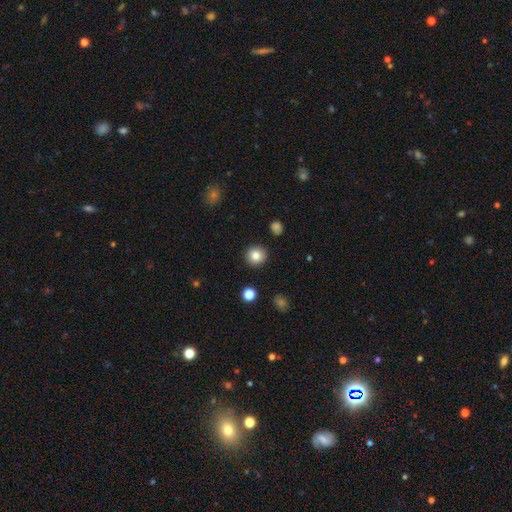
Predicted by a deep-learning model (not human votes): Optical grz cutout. It shows a smooth galaxy with no disk features (83%) that is round (93%). Merging: none (91%).